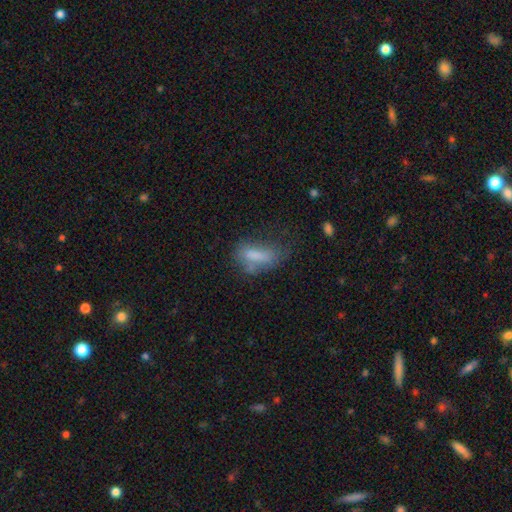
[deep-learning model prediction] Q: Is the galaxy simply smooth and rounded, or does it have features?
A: smooth — 68%.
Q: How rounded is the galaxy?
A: in between — 71%.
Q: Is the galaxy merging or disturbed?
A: none — 33%.